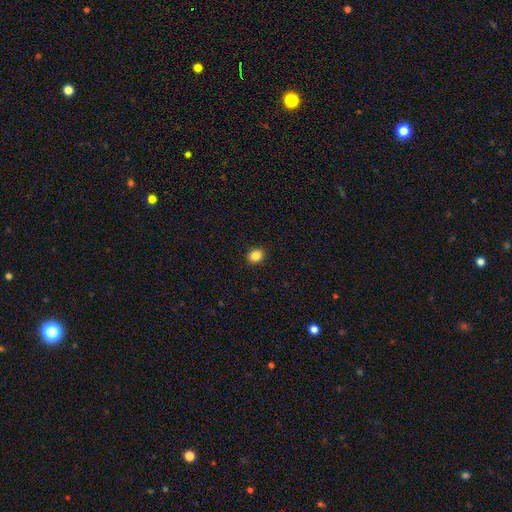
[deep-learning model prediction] Smooth or featured?
  - smooth: 86% *
  - star or artifact: 10%
  - featured or disk: 4%
How rounded?
  - round: 56% *
  - in between: 43%
  - cigar-shaped: 1%
Merging?
  - none: 92% *
  - minor disturbance: 6%
  - major disturbance: 2%
  - merger: 1%